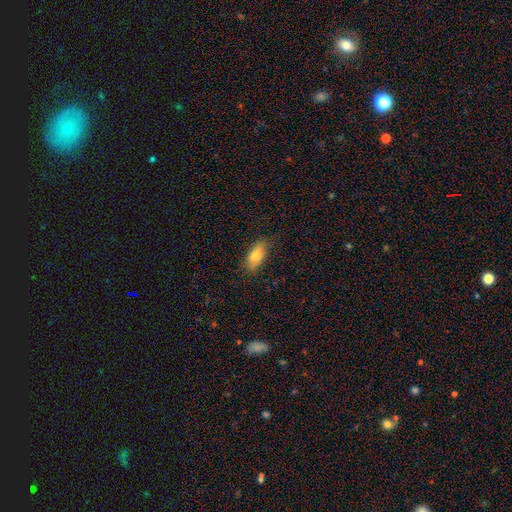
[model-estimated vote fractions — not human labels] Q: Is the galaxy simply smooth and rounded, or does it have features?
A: smooth — 76%.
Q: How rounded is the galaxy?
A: in between — 83%.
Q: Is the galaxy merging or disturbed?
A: none — 82%.